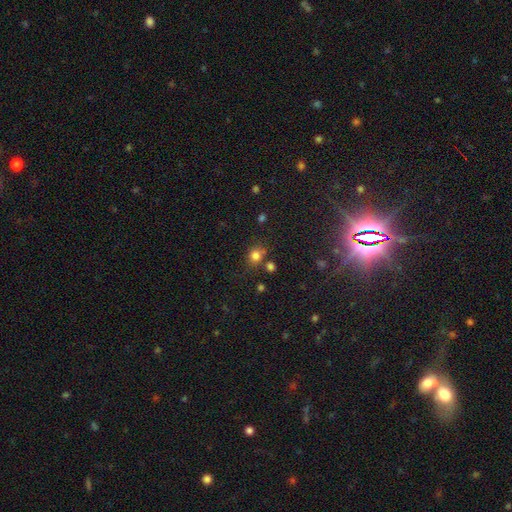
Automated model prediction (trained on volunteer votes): This appears to be a smooth galaxy with no disk features (79%) that is round (75%). Merging: none (67%).